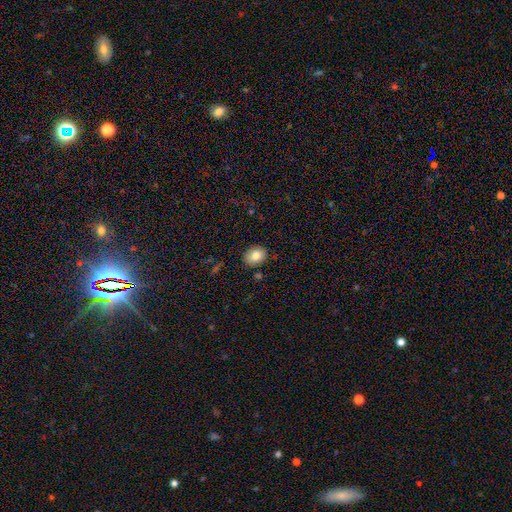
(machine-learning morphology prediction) This is clearly a smooth galaxy (82%). How rounded: possibly in between (56%). Merging: clearly none (86%).